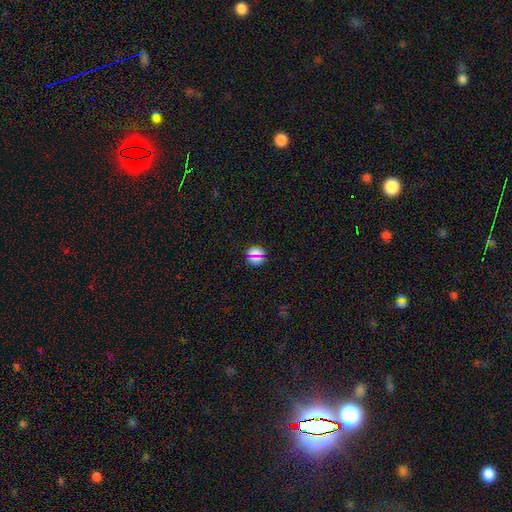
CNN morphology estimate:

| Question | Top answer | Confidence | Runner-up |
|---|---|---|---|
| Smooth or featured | smooth | 59% | star or artifact (33%) |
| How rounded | round | 73% | in between (23%) |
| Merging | none | 85% | minor disturbance (9%) |